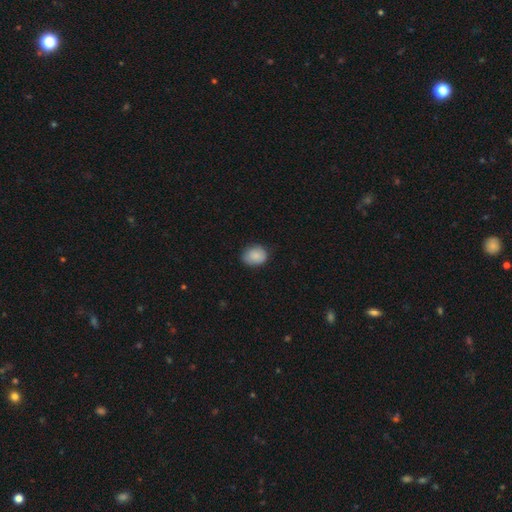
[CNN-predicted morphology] smooth-or-featured: smooth: 87% | star or artifact: 7% | featured or disk: 5%
  how-rounded: round: 51% | in between: 48% | cigar-shaped: 1%
  merging: none: 79% | minor disturbance: 17% | major disturbance: 3% | merger: 1%